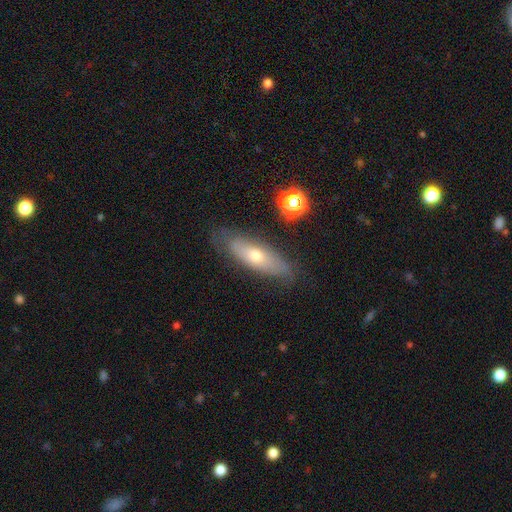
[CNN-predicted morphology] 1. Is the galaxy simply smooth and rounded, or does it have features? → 52% smooth, 40% featured or disk, 8% star or artifact.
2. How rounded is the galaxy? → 55% in between, 42% cigar-shaped, 3% round.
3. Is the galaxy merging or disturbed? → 74% none, 19% minor disturbance, 5% major disturbance, 2% merger.